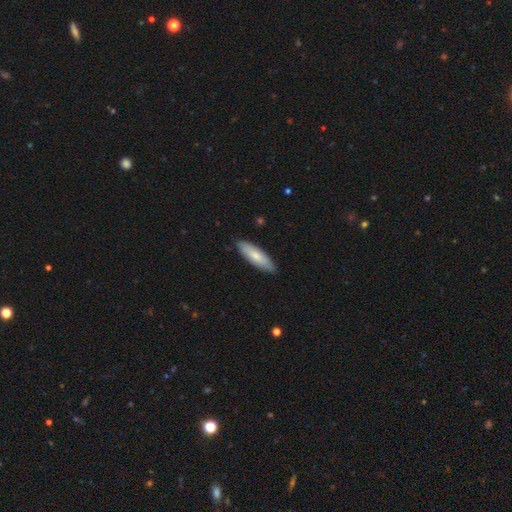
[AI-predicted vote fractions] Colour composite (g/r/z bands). It shows a smooth galaxy with no disk features (72%) that is in between round and cigar-shaped (51%). Merging: none (86%).